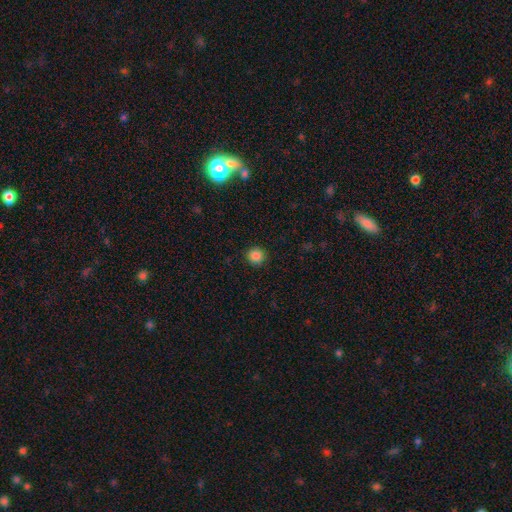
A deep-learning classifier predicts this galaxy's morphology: A smooth galaxy with no disk features (85%) that is round (94%). Merging: none (91%).